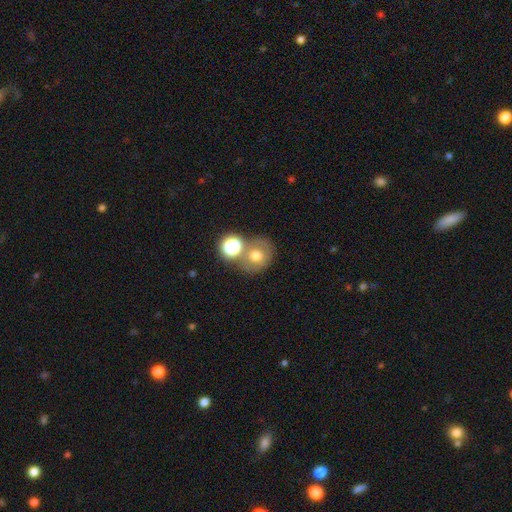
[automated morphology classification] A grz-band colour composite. It shows a smooth galaxy with no disk features (60%) that is round (70%). Merging: none (54%).